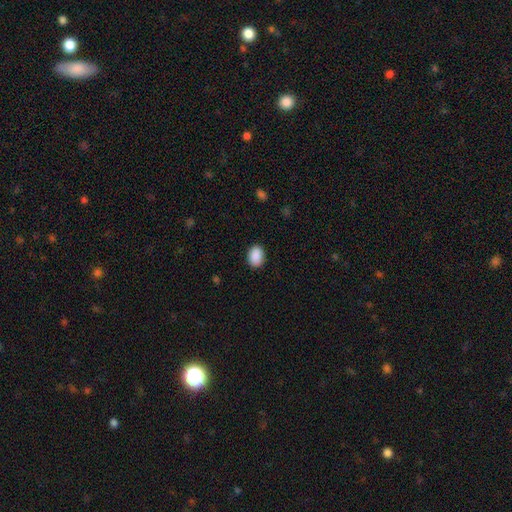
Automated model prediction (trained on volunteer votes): A smooth galaxy with no disk features (91%) that is in between round and cigar-shaped (79%).

Vote fractions:
- Smooth or featured? smooth: 91% / star or artifact: 7% / featured or disk: 2%
- How rounded? in between: 79% / round: 20% / cigar-shaped: 1%
- Merging? none: 89% / minor disturbance: 8% / major disturbance: 2% / merger: 1%